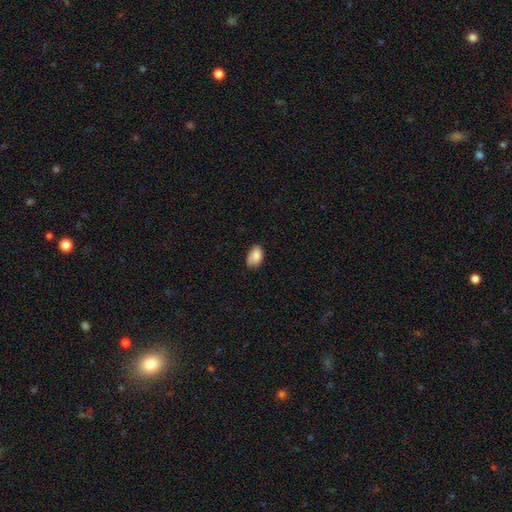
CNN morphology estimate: type=smooth (85%); roundness=in between (91%); merging=none (68%).